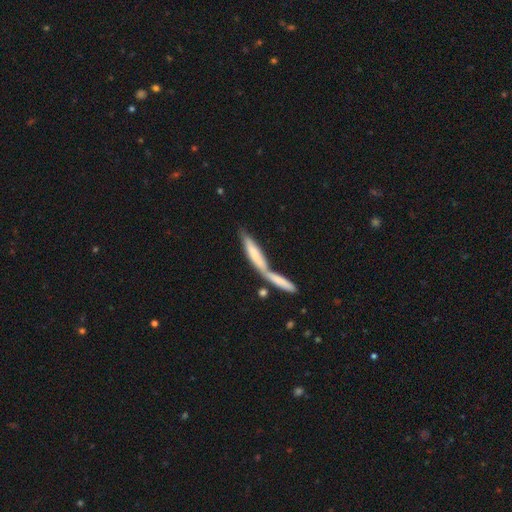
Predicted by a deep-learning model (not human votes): Smooth or featured: smooth — 60% (featured or disk — 34%)
How rounded: cigar-shaped — 82% (in between — 16%)
Merging: merger — 60% (none — 24%)